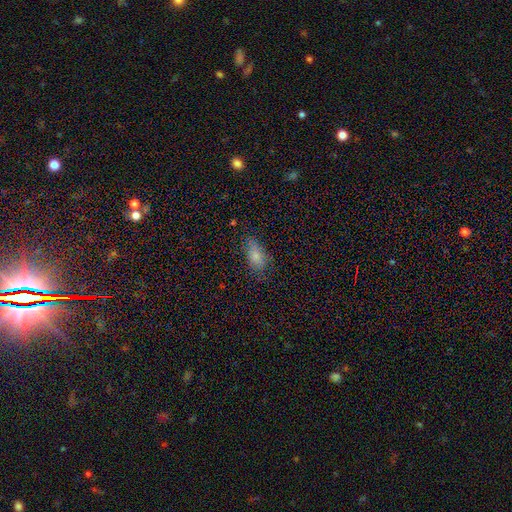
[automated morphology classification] A smooth galaxy with no disk features (79%) that is in between round and cigar-shaped (89%).

Vote fractions:
- Smooth or featured? smooth: 79% / featured or disk: 11% / star or artifact: 11%
- How rounded? in between: 89% / round: 6% / cigar-shaped: 5%
- Merging? none: 69% / minor disturbance: 23% / major disturbance: 6% / merger: 2%